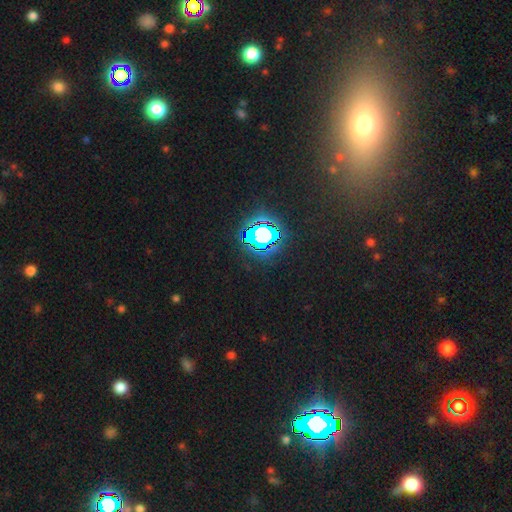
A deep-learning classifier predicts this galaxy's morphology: Smooth or featured: star or artifact — 65% (smooth — 23%)